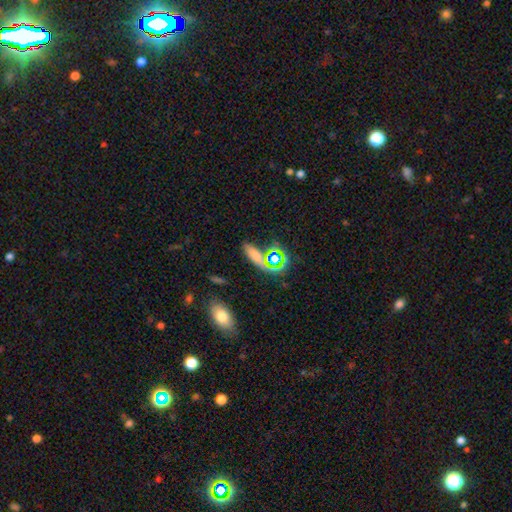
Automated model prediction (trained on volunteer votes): smooth_or_featured: smooth (p=0.65) [alt: star or artifact p=0.23]
how_rounded: in between (p=0.54) [alt: cigar-shaped p=0.35]
merging: none (p=0.66) [alt: minor disturbance p=0.15]